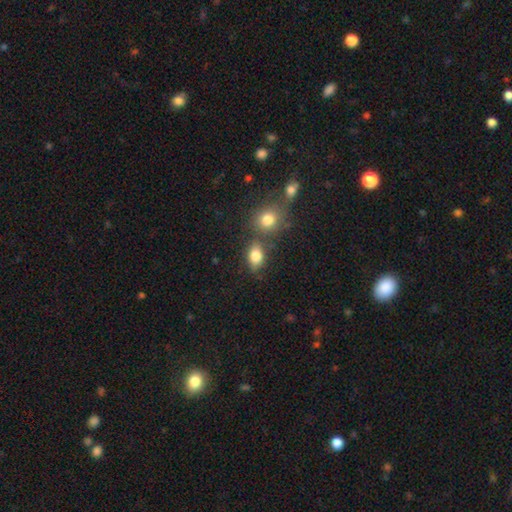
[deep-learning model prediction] This is clearly a smooth galaxy (82%). How rounded: likely in between (76%). Merging: possibly none (60%).